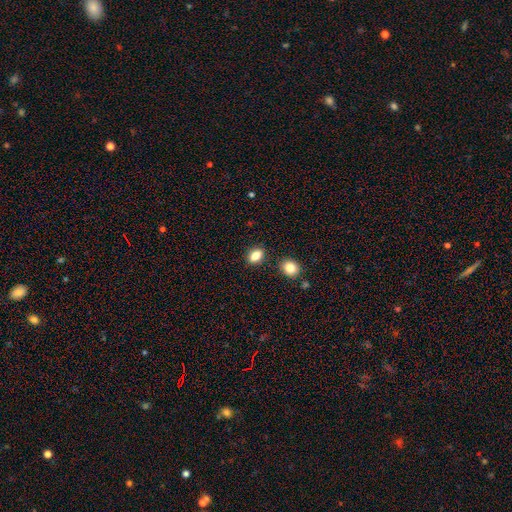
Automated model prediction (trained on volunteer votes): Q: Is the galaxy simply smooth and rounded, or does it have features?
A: smooth — 83%.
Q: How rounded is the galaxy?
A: in between — 77%.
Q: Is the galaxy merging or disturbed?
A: none — 85%.